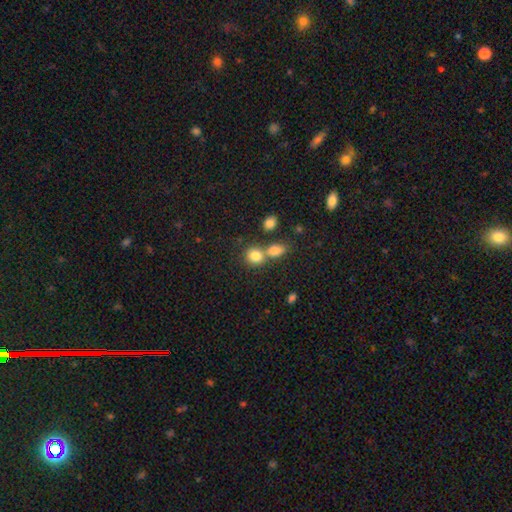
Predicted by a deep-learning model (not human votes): Q: Smooth or featured?
A: smooth (82%); runner-up: star or artifact (11%)
Q: How rounded?
A: round (74%); runner-up: in between (24%)
Q: Merging?
A: none (48%); runner-up: merger (40%)